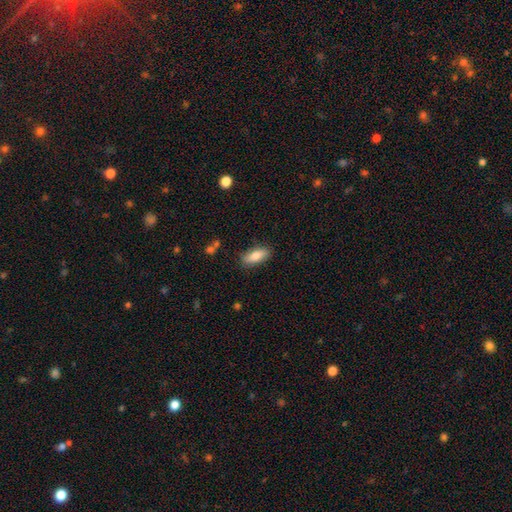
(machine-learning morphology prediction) Smooth or featured: smooth — 81% (featured or disk — 13%)
How rounded: in between — 81% (cigar-shaped — 17%)
Merging: none — 84% (minor disturbance — 12%)